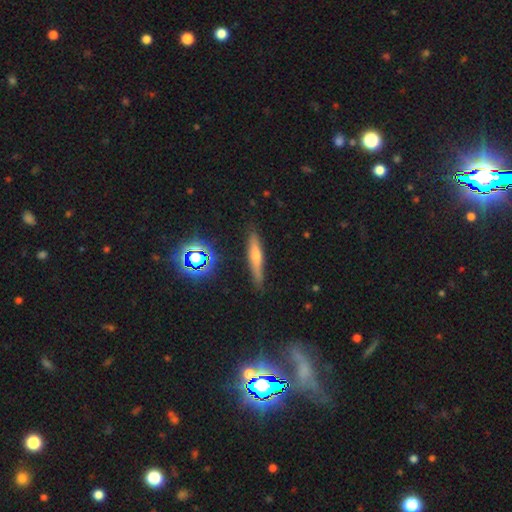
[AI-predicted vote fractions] Overall: smooth (47%; featured or disk 39%). Merging: none (85%).